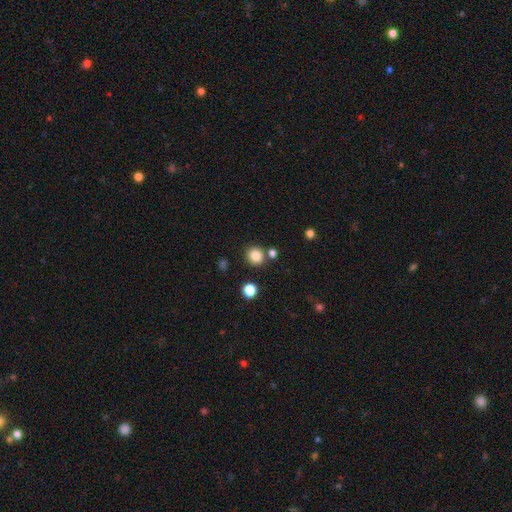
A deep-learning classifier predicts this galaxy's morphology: This is clearly a smooth galaxy (85%). How rounded: clearly round (89%). Merging: clearly none (81%).